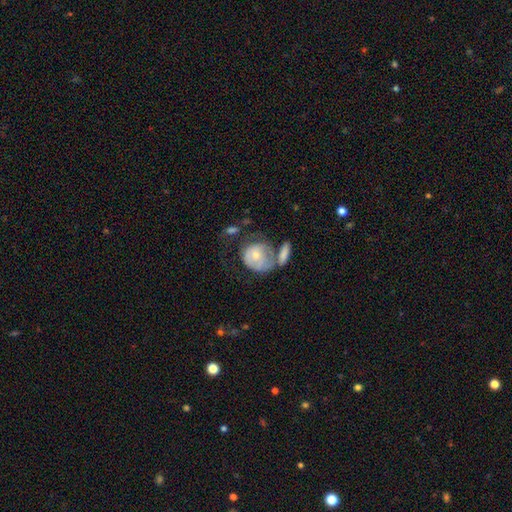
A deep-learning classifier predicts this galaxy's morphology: Q: Smooth or featured?
A: smooth (59%); runner-up: featured or disk (35%)
Q: How rounded?
A: round (65%); runner-up: in between (34%)
Q: Merging?
A: merger (31%); runner-up: none (24%)